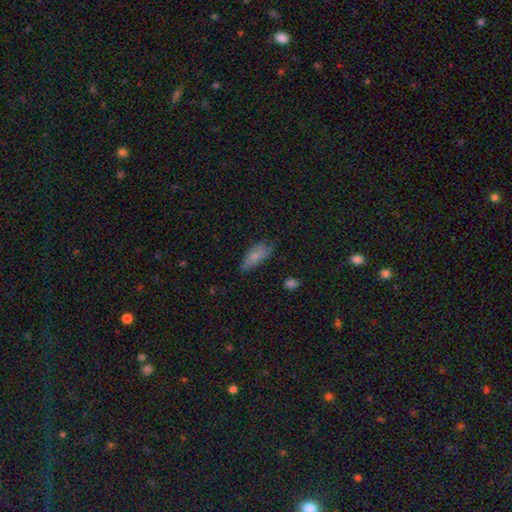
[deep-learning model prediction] Morphology: type=smooth (71%); roundness=in between (84%); merging=none (50%).